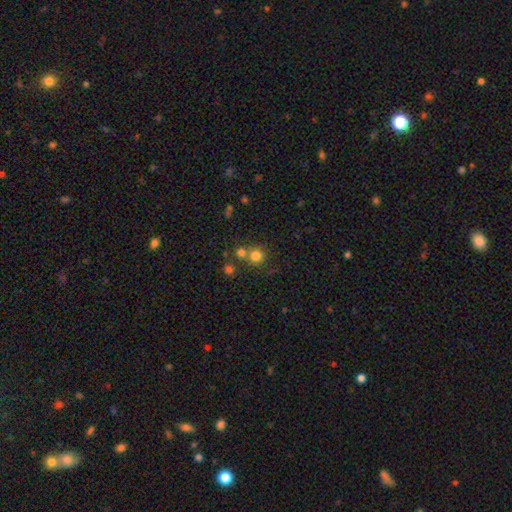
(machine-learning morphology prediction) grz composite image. It shows a smooth galaxy with no disk features (77%) that is round (90%). Merging: none (61%).